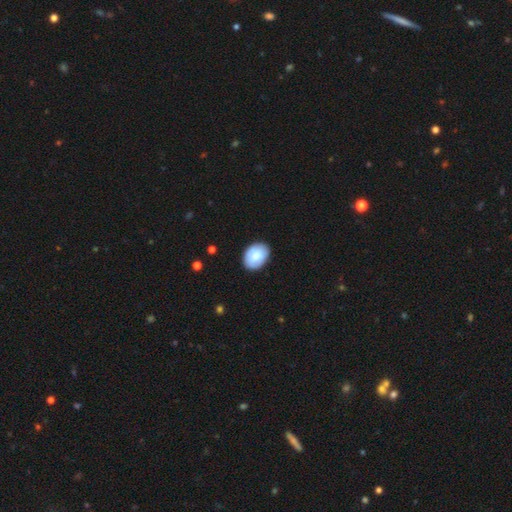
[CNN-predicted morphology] Smooth or featured: smooth — 79% (featured or disk — 15%)
How rounded: in between — 75% (round — 24%)
Merging: none — 83% (minor disturbance — 13%)